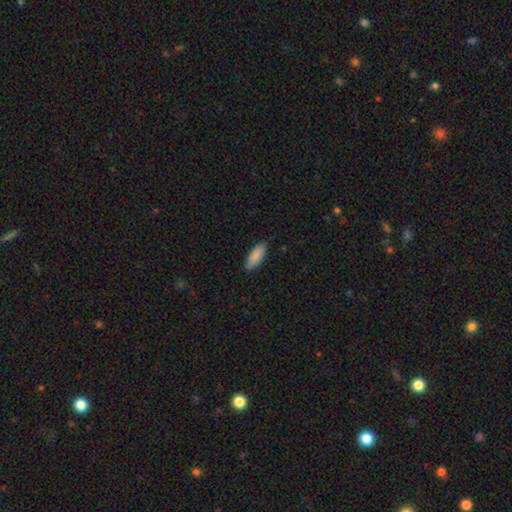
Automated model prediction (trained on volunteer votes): smooth 89%, star or artifact 6%, featured or disk 5%. Down the decision tree: how rounded — in between (71%); merging — none (87%).